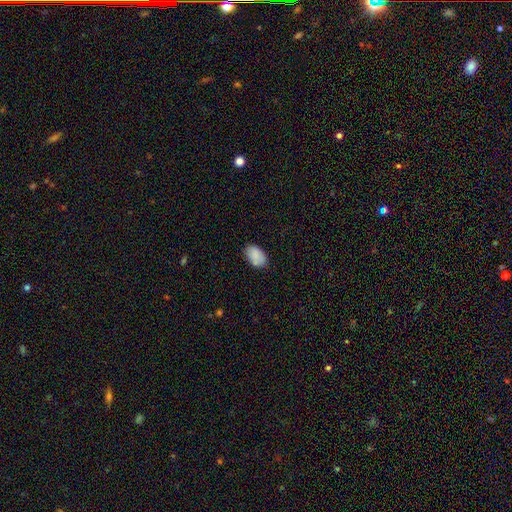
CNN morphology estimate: smooth 88%, star or artifact 7%, featured or disk 5%. Down the decision tree: how rounded — in between (91%); merging — none (81%).